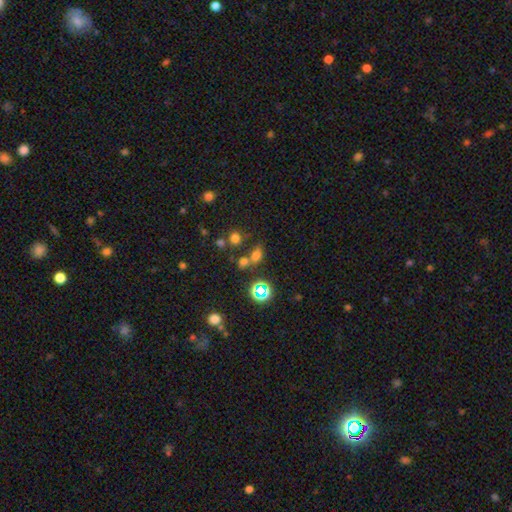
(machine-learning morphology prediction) This appears to be a smooth galaxy with no disk features (60%) that is in between round and cigar-shaped (56%). Merging: none (51%).